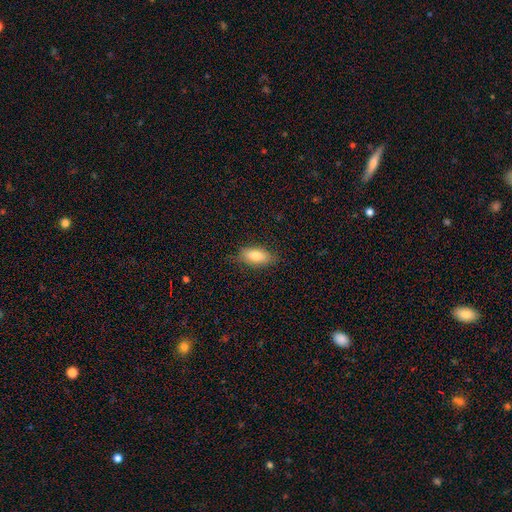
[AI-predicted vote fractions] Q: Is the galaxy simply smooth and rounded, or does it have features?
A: smooth — 80%.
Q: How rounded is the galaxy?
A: in between — 84%.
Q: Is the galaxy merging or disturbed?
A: none — 80%.